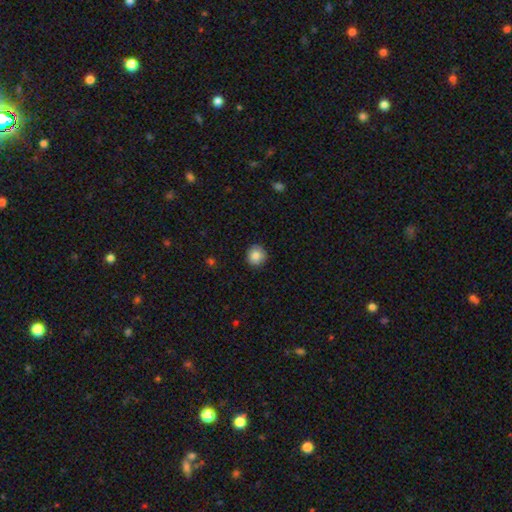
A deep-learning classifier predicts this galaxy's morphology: This appears to be a smooth galaxy with no disk features (84%) that is round (91%). Merging: none (89%).